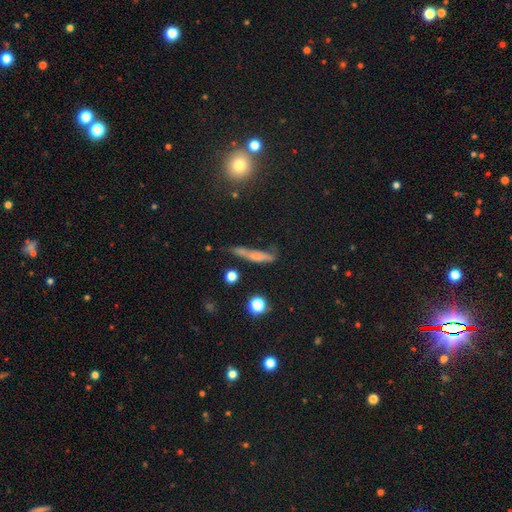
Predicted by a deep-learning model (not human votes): smooth_or_featured: smooth (p=0.57) [alt: featured or disk p=0.28]
how_rounded: cigar-shaped (p=0.83) [alt: in between p=0.12]
merging: none (p=0.48) [alt: minor disturbance p=0.28]